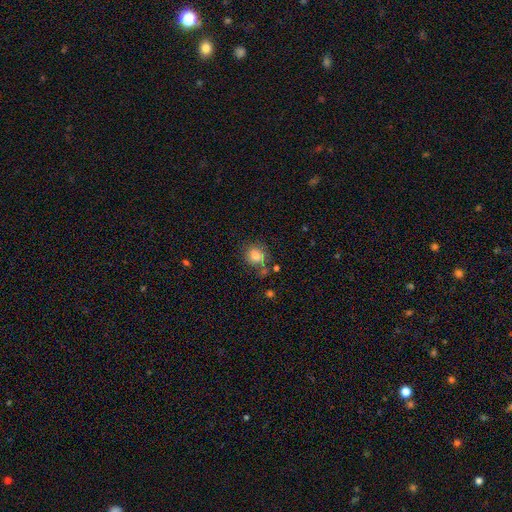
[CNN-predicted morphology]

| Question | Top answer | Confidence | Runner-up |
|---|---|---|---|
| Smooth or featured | smooth | 81% | star or artifact (10%) |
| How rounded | round | 79% | in between (20%) |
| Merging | none | 60% | minor disturbance (21%) |